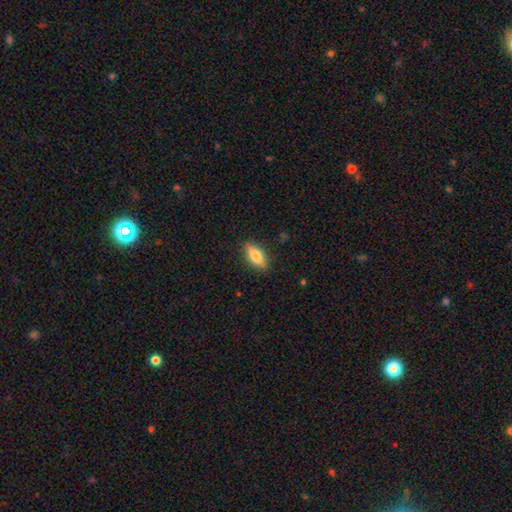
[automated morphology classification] Overall: smooth (67%). How rounded: in between (66%; cigar-shaped 31%). Merging: none (86%).